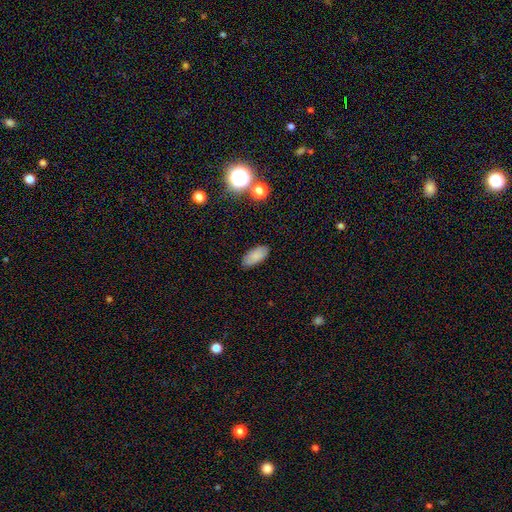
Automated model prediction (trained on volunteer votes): The model was most divided on "smooth or featured": smooth: 84%, star or artifact: 9%, featured or disk: 7%. More confident: how rounded — in between (91%); merging — none (86%).